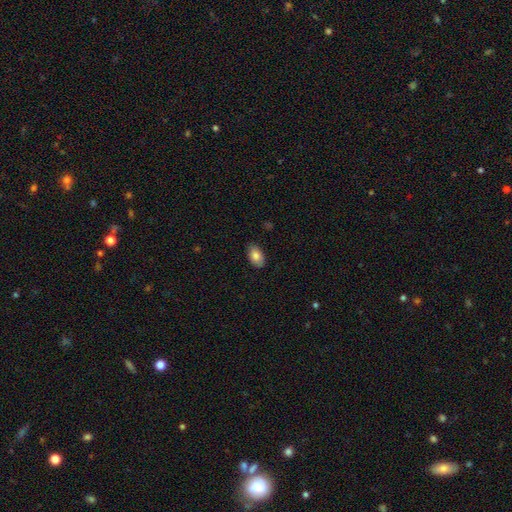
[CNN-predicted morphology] Smooth or featured: smooth — 83% (featured or disk — 10%)
How rounded: in between — 91% (round — 7%)
Merging: none — 84% (minor disturbance — 13%)